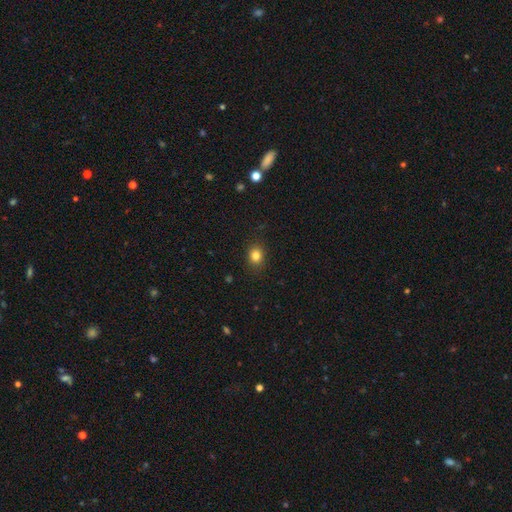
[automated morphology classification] Smooth or featured: smooth — 82% (star or artifact — 12%)
How rounded: round — 64% (in between — 36%)
Merging: none — 88% (minor disturbance — 9%)